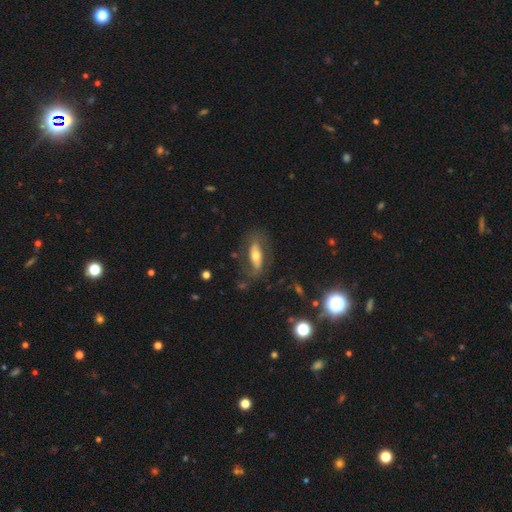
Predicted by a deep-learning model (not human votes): Smooth or featured? featured or disk (47%)
Merging? none (69%)